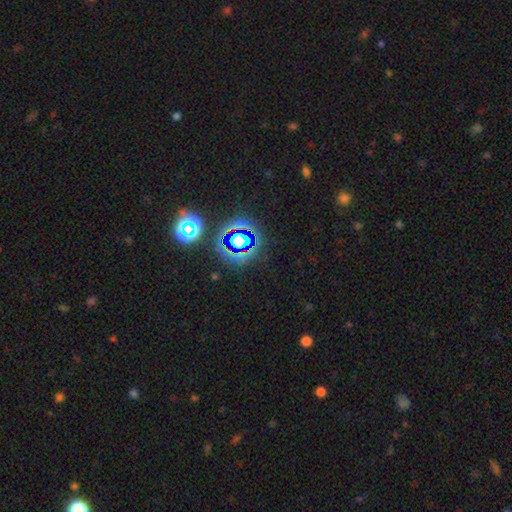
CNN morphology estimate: The model was most divided on "smooth or featured": star or artifact: 77%, smooth: 16%, featured or disk: 8%.